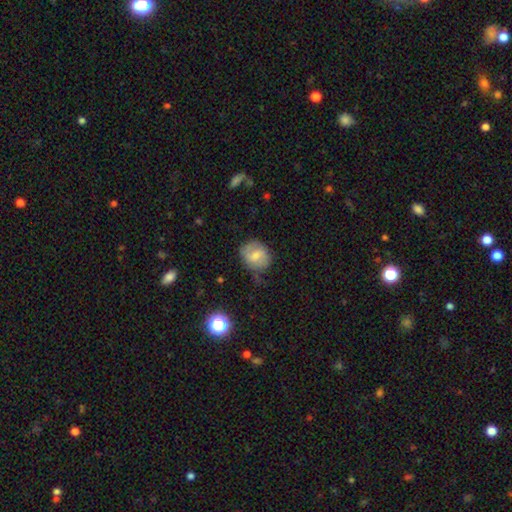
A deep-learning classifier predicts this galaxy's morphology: type=smooth (62%); roundness=round (67%); merging=none (61%).